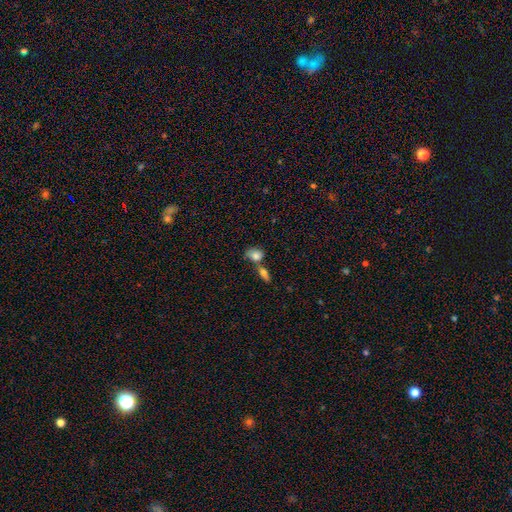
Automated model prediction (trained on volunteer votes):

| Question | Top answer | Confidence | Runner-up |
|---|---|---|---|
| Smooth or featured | smooth | 81% | featured or disk (11%) |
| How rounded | in between | 70% | round (26%) |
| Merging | merger | 47% | none (35%) |